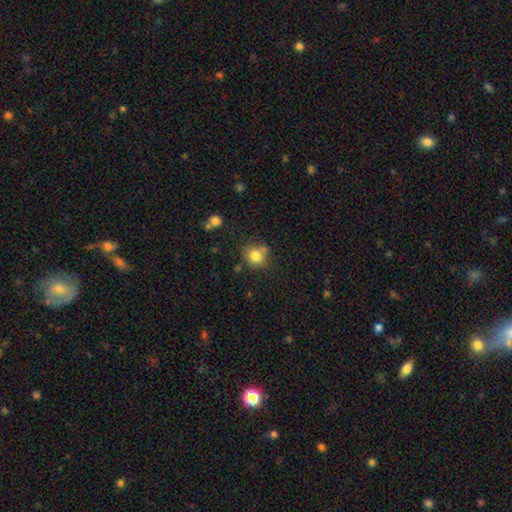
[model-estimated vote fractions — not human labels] smooth-or-featured: smooth: 80% | star or artifact: 11% | featured or disk: 9%
  how-rounded: round: 84% | in between: 15% | cigar-shaped: 1%
  merging: none: 68% | minor disturbance: 15% | merger: 12% | major disturbance: 4%